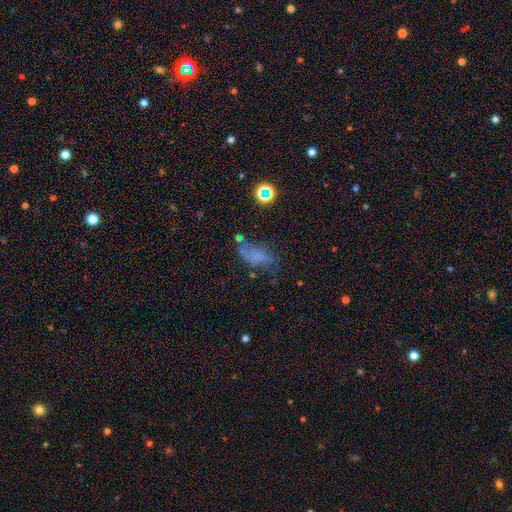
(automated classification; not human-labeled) smooth_or_featured: smooth (p=0.48) [alt: featured or disk p=0.32]
merging: none (p=0.34) [alt: major disturbance p=0.31]